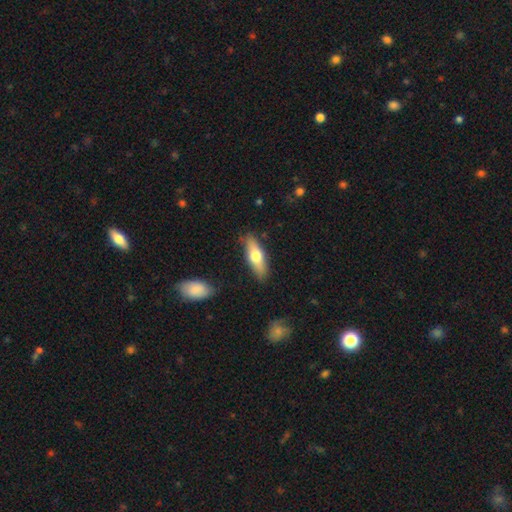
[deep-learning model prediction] Overall: smooth (60%; featured or disk 34%). How rounded: in between (52%; cigar-shaped 45%). Merging: none (85%).